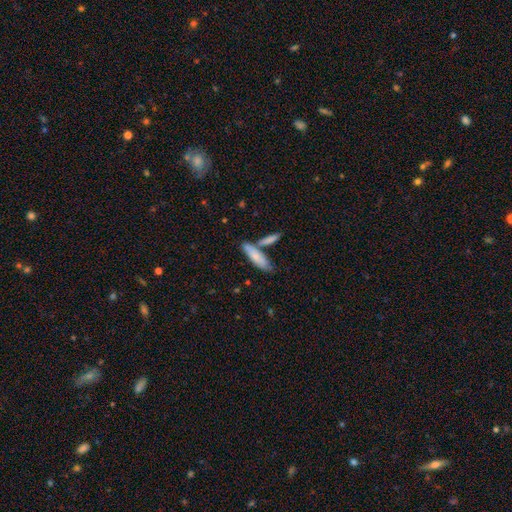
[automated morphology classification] A smooth galaxy with no disk features (76%) that is cigar-shaped (58%). Merging: none (58%).